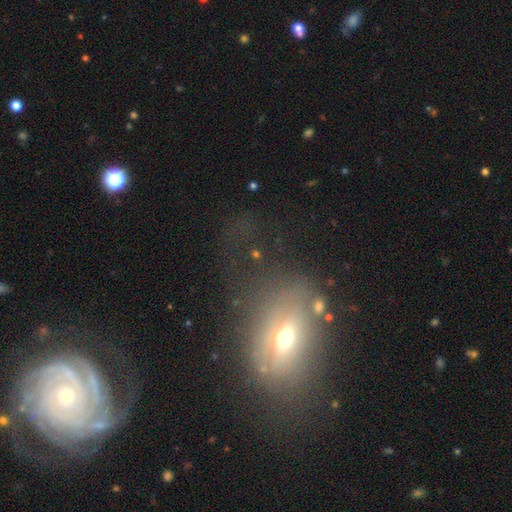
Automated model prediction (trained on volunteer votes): Smooth or featured? featured or disk (53%)
Edge-on disk? no (90%)
Merging? none (57%)